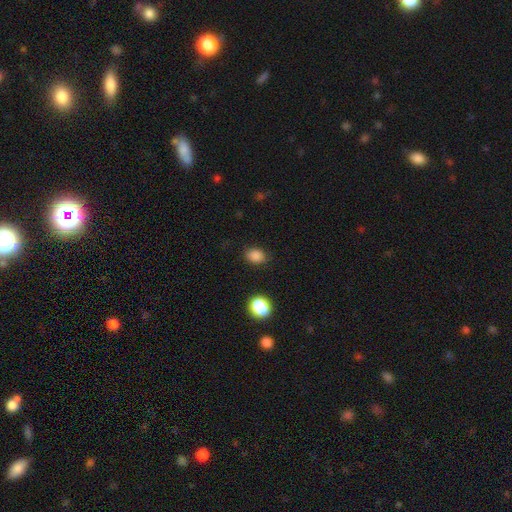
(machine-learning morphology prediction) smooth 85%, star or artifact 11%, featured or disk 3%. Down the decision tree: how rounded — in between (59%); merging — none (83%).